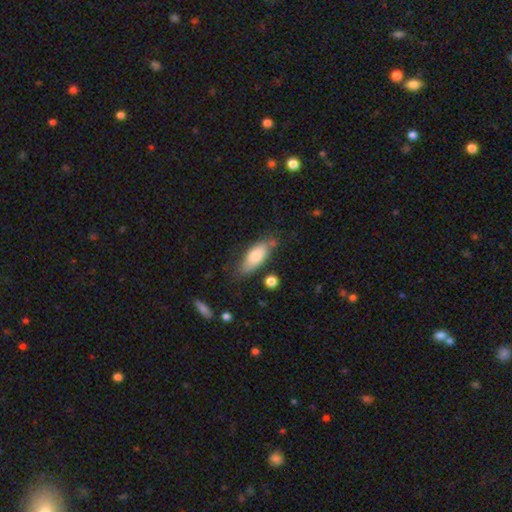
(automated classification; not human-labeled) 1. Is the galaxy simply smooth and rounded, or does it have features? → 77% smooth, 16% featured or disk, 6% star or artifact.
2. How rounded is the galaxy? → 77% in between, 21% cigar-shaped, 2% round.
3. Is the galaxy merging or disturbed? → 62% none, 25% minor disturbance, 7% major disturbance, 6% merger.